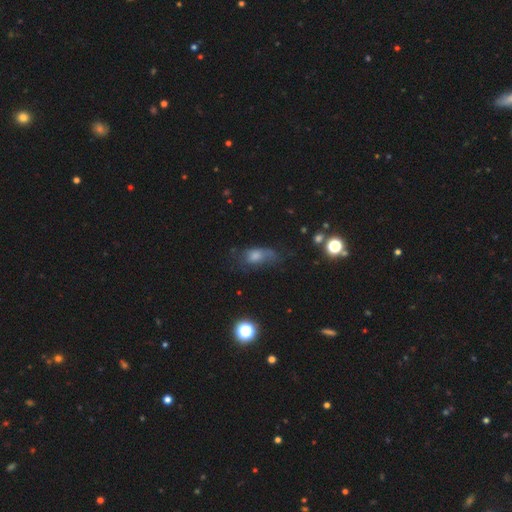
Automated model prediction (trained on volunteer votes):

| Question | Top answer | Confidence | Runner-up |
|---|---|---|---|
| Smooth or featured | smooth | 57% | featured or disk (27%) |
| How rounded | in between | 79% | round (14%) |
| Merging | none | 37% | minor disturbance (31%) |